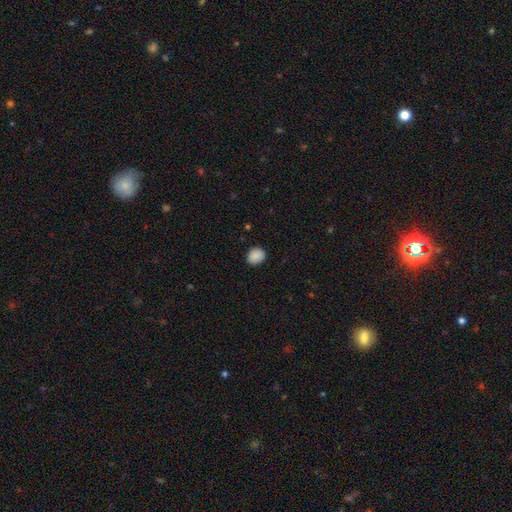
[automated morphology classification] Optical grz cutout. It shows a smooth galaxy with no disk features (89%) that is round (59%). Merging: none (87%).